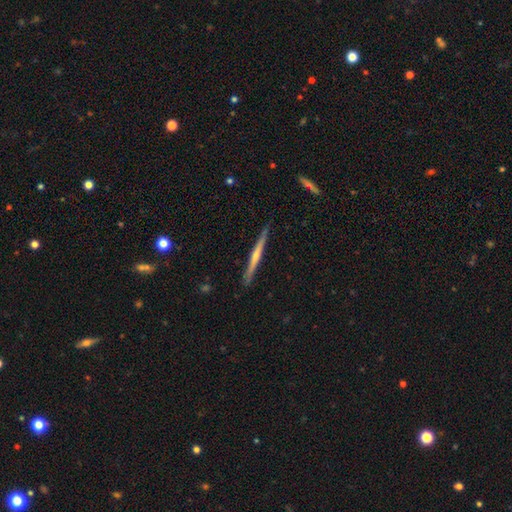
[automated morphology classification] Smooth or featured? featured or disk (73%)
Edge-on disk? yes (98%)
Edge-on bulge? rounded (68%)
Merging? none (90%)